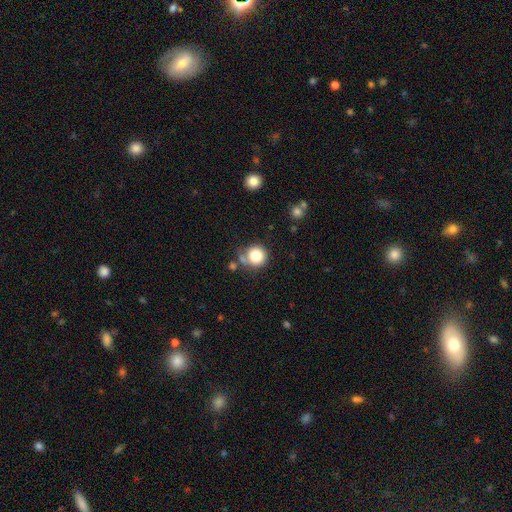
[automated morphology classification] type=smooth (82%); roundness=round (91%); merging=none (62%).